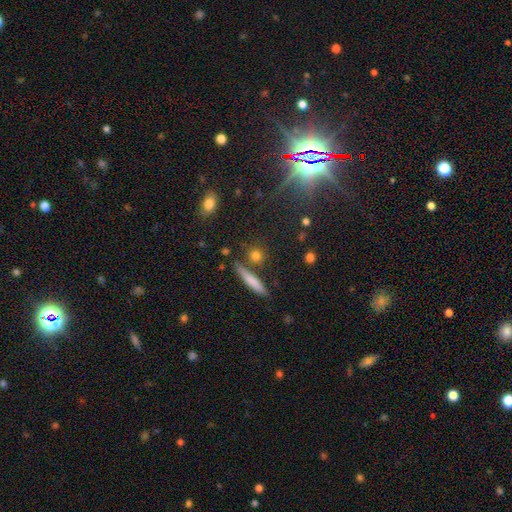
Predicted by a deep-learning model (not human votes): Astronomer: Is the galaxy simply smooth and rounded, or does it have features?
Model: smooth — 76%.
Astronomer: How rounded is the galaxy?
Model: round — 67%.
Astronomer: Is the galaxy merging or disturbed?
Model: none — 80%.